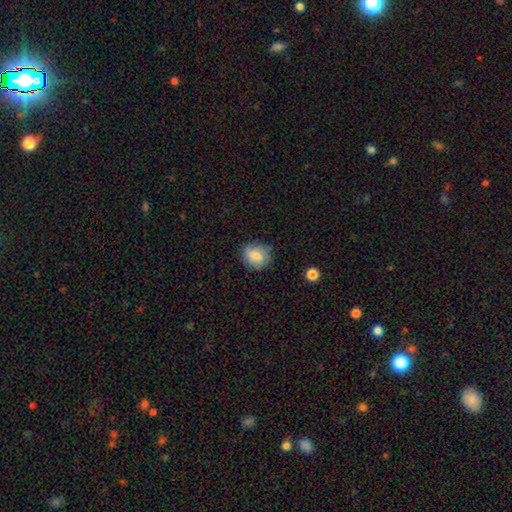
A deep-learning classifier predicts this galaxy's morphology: The model was most divided on "how rounded": round: 60%, in between: 39%, cigar-shaped: 1%. More confident: smooth or featured — smooth (76%); merging — none (68%).